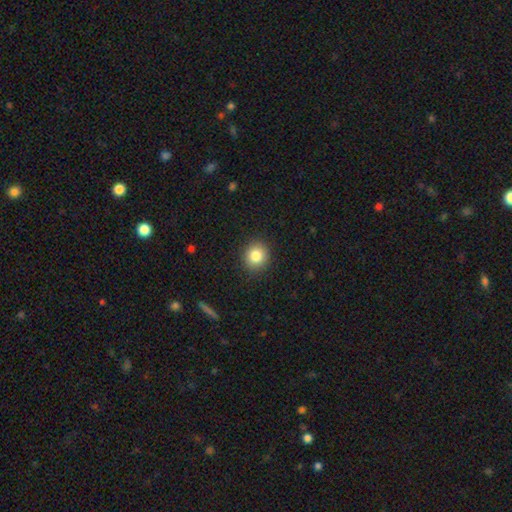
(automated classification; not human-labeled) smooth-or-featured: smooth: 83% | star or artifact: 10% | featured or disk: 7%
  how-rounded: round: 83% | in between: 16% | cigar-shaped: 1%
  merging: none: 90% | minor disturbance: 7% | major disturbance: 2% | merger: 1%